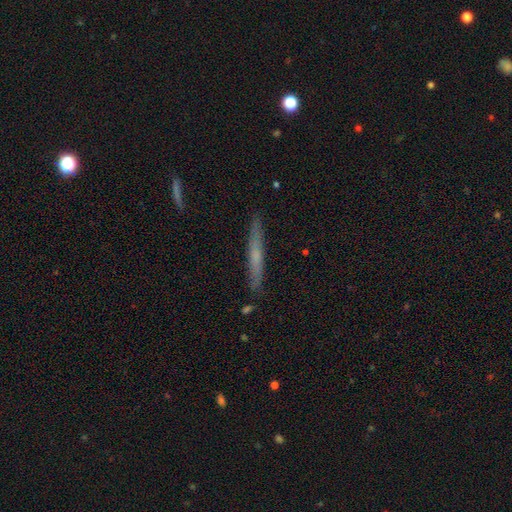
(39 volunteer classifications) Volunteers were most divided on "smooth or featured": smooth: 59%, featured or disk: 38%, star or artifact: 3%. More confident: how rounded — cigar-shaped (100%); merging — none (84%).